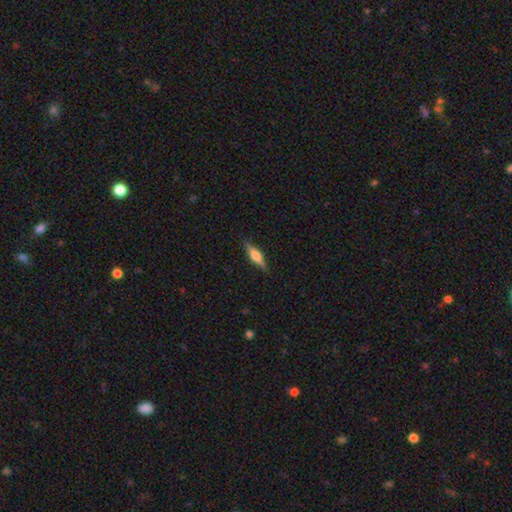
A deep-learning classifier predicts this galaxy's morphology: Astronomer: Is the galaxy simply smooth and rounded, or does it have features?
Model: featured or disk — 57% (runner-up: smooth, 36%).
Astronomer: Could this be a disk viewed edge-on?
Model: yes — 96%.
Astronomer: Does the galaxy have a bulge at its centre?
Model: rounded — 83%.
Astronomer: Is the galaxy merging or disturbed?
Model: none — 88%.